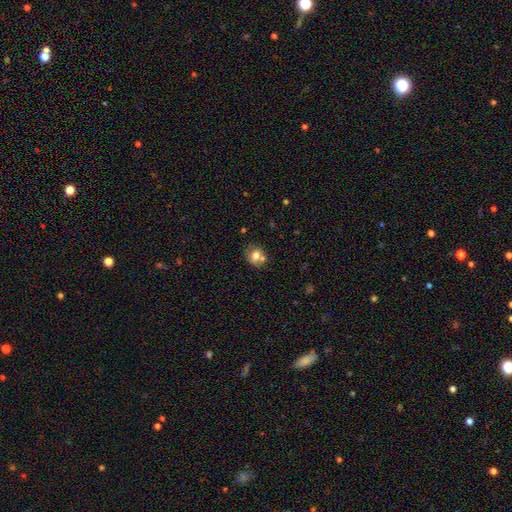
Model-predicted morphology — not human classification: type=smooth (72%); roundness=round (64%); merging=none (58%).